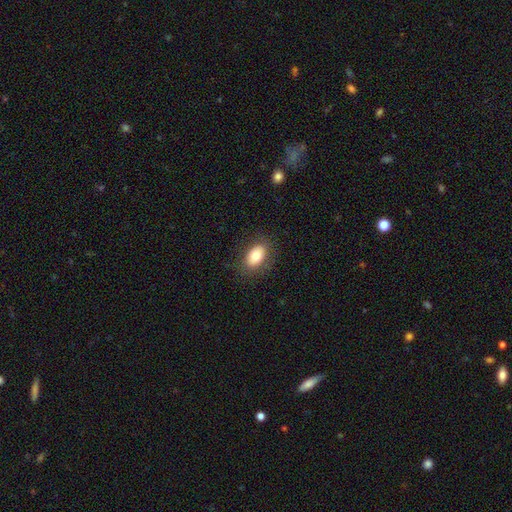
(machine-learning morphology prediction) smooth_or_featured: smooth (p=0.81) [alt: featured or disk p=0.12]
how_rounded: in between (p=0.89) [alt: round p=0.09]
merging: none (p=0.84) [alt: minor disturbance p=0.11]